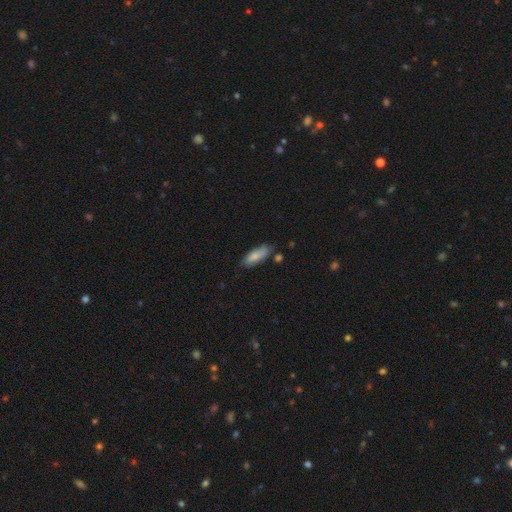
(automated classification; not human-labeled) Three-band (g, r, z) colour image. It shows a smooth galaxy with no disk features (82%) that is in between round and cigar-shaped (64%). Merging: none (73%).